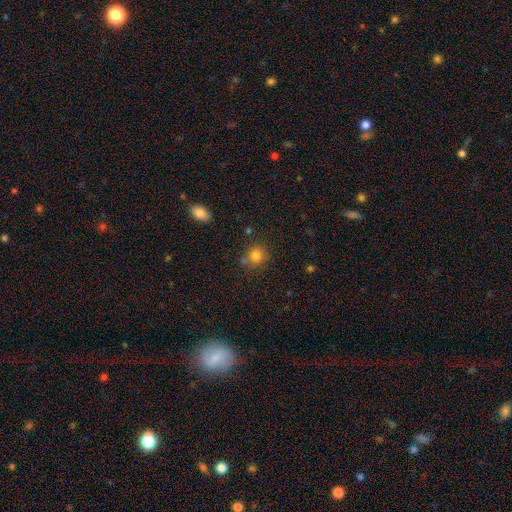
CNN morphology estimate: Q: Smooth or featured?
A: smooth (80%); runner-up: star or artifact (13%)
Q: How rounded?
A: round (87%); runner-up: in between (12%)
Q: Merging?
A: none (75%); runner-up: minor disturbance (12%)